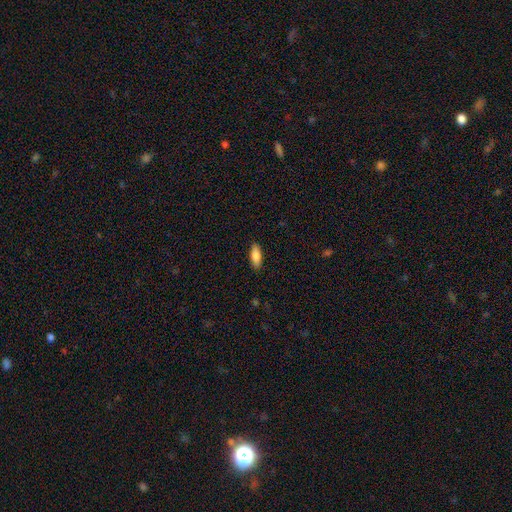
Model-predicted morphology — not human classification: The model was most divided on "how rounded": in between: 71%, cigar-shaped: 27%, round: 2%. More confident: merging — none (88%); smooth or featured — smooth (85%).